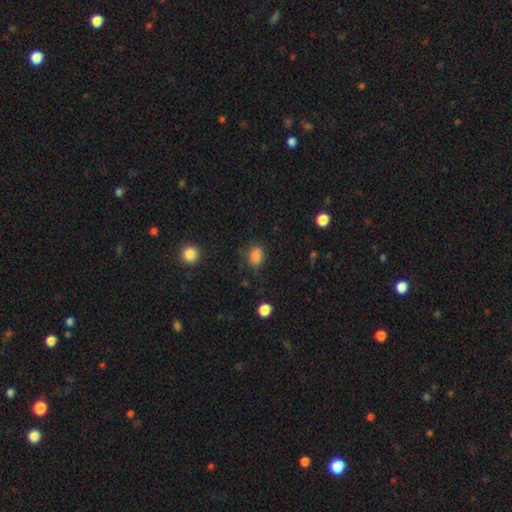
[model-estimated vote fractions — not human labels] Smooth or featured? Predicted: smooth (p=0.84). How rounded? Predicted: in between (p=0.52). Merging? Predicted: none (p=0.71).